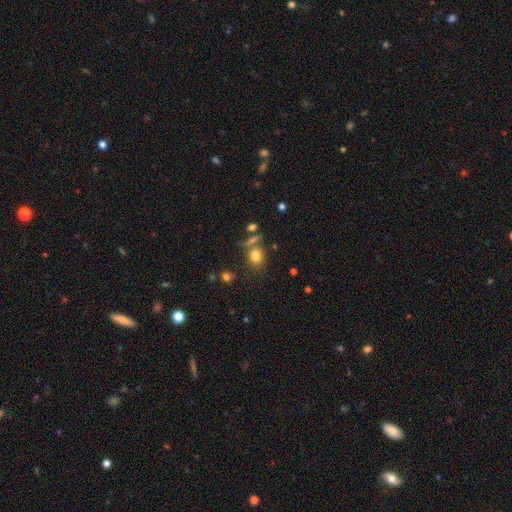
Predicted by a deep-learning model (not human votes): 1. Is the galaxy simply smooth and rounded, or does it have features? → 76% smooth, 14% star or artifact, 10% featured or disk.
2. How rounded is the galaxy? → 66% round, 31% in between, 2% cigar-shaped.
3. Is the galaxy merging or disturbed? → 65% none, 16% merger, 13% minor disturbance, 6% major disturbance.